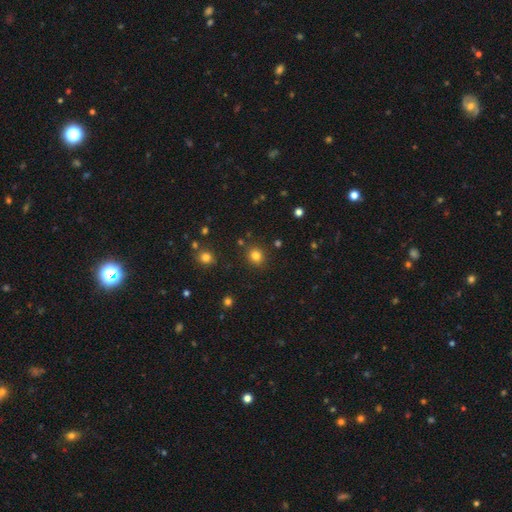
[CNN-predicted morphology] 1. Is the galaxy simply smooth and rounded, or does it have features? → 81% smooth, 14% star or artifact, 6% featured or disk.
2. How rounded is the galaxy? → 77% round, 22% in between, 1% cigar-shaped.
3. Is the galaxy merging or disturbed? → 87% none, 8% minor disturbance, 3% merger, 3% major disturbance.